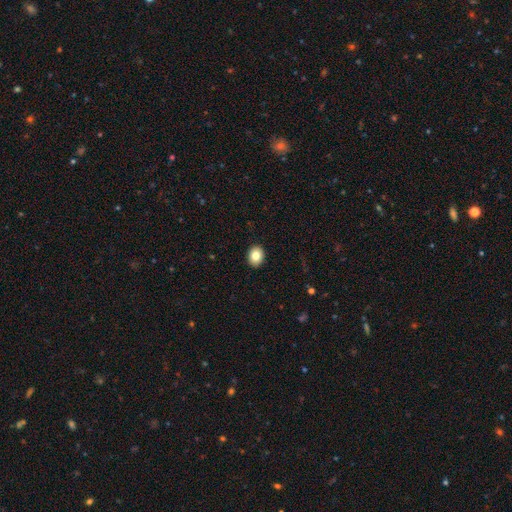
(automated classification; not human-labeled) A smooth galaxy with no disk features (83%) that is round (53%).

Vote fractions:
- Smooth or featured? smooth: 83% / star or artifact: 9% / featured or disk: 8%
- How rounded? round: 53% / in between: 46% / cigar-shaped: 1%
- Merging? none: 92% / minor disturbance: 6% / major disturbance: 2% / merger: 1%